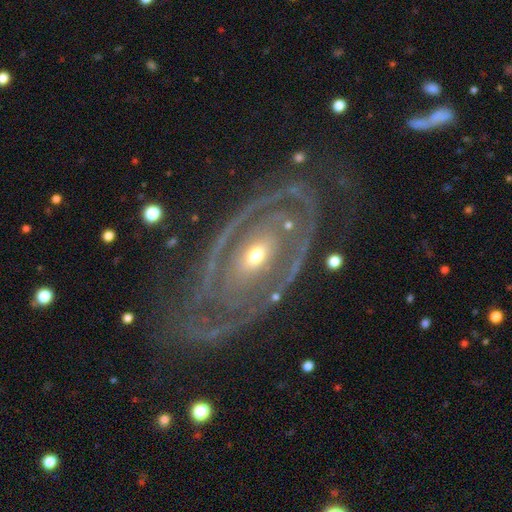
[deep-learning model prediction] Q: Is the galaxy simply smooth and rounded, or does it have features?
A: featured or disk — 87%.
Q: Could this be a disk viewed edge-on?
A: no — 95%.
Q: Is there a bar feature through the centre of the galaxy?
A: no — 63%.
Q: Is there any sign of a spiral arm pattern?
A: yes — 89%.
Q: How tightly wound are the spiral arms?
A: tight — 59%.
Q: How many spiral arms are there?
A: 2 — 48%.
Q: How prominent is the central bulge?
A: small — 52%.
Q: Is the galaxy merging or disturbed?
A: none — 66%.